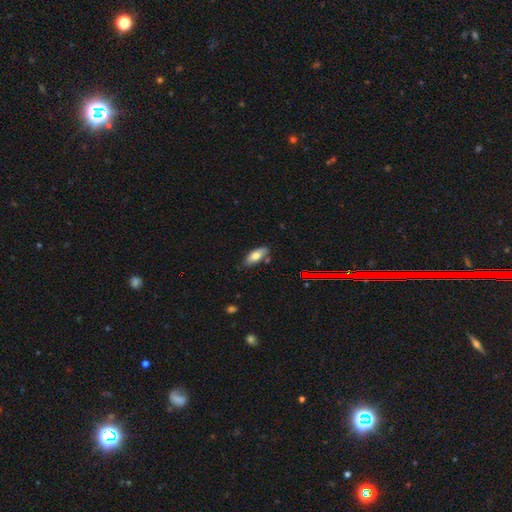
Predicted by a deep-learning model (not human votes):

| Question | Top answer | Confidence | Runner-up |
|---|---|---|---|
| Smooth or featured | smooth | 75% | featured or disk (18%) |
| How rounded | in between | 80% | cigar-shaped (17%) |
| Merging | none | 77% | minor disturbance (15%) |